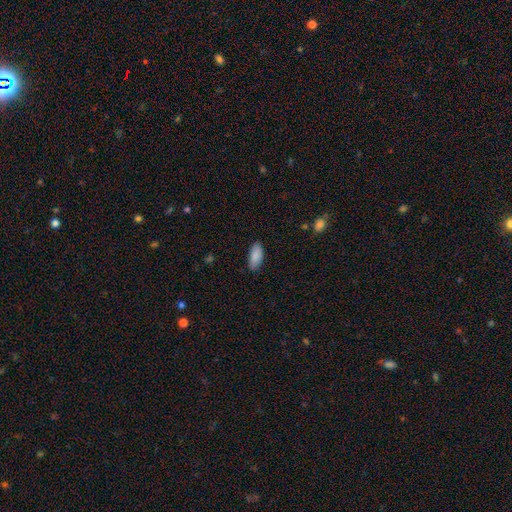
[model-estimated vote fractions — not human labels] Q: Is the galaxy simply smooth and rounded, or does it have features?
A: smooth — 89%.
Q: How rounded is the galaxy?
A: in between — 87%.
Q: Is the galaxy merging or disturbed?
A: none — 86%.